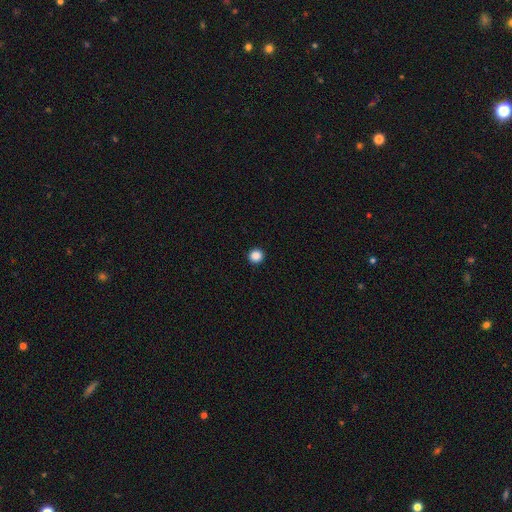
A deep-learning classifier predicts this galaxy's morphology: type=smooth (87%); roundness=round (95%); merging=none (94%).